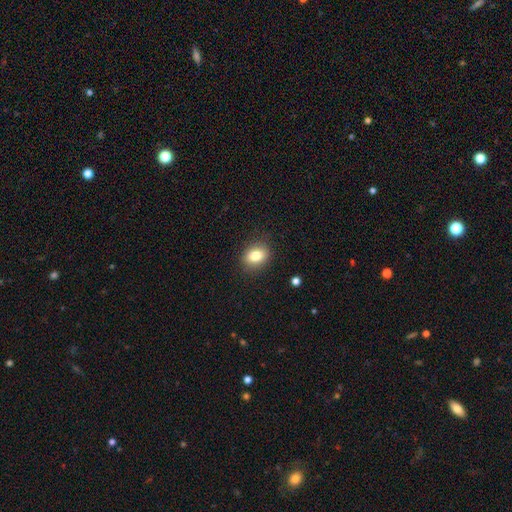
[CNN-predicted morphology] This appears to be a smooth galaxy with no disk features (81%) that is in between round and cigar-shaped (63%). Merging: none (87%).